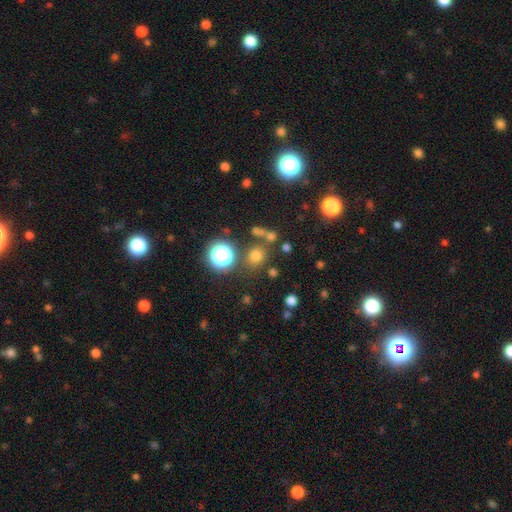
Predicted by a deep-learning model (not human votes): Overall: smooth (69%). How rounded: round (82%). Merging: none (76%).